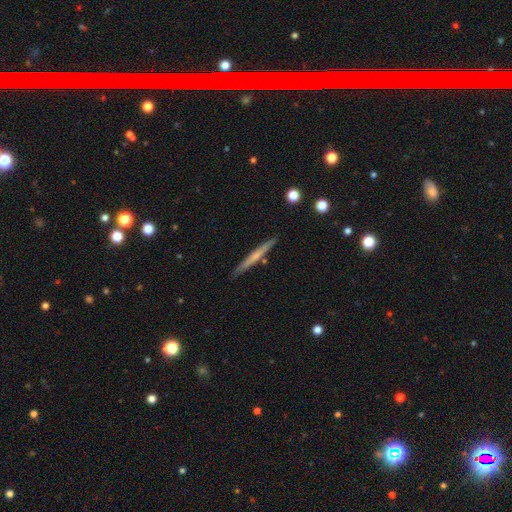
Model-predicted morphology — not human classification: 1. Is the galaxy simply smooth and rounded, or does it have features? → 48% smooth, 47% featured or disk, 6% star or artifact.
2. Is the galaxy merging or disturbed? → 88% none, 8% minor disturbance, 3% merger, 1% major disturbance.